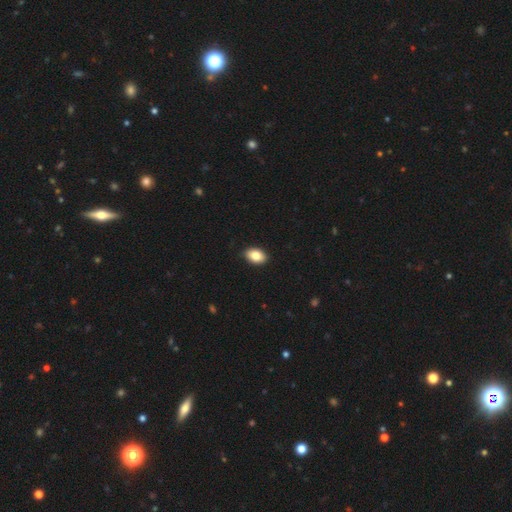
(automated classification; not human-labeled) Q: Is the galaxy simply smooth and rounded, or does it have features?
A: smooth — 85%.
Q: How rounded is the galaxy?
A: in between — 89%.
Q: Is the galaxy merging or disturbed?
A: none — 90%.